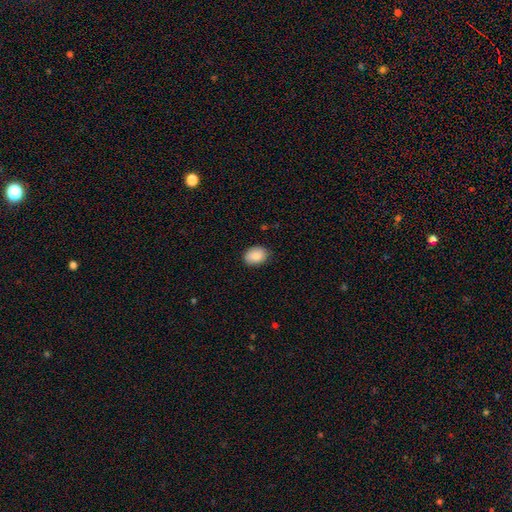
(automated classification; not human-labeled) smooth 88%, star or artifact 7%, featured or disk 5%. Down the decision tree: how rounded — in between (71%); merging — none (84%).